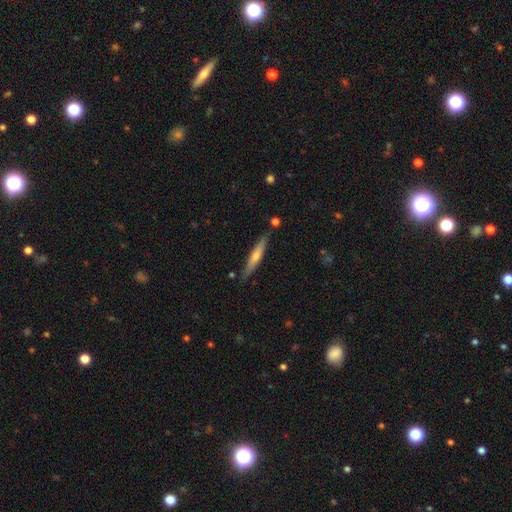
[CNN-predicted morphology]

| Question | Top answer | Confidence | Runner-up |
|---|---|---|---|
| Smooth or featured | featured or disk | 56% | smooth (37%) |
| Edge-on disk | yes | 95% | no (5%) |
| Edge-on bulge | rounded | 73% | none (20%) |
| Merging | none | 87% | minor disturbance (9%) |